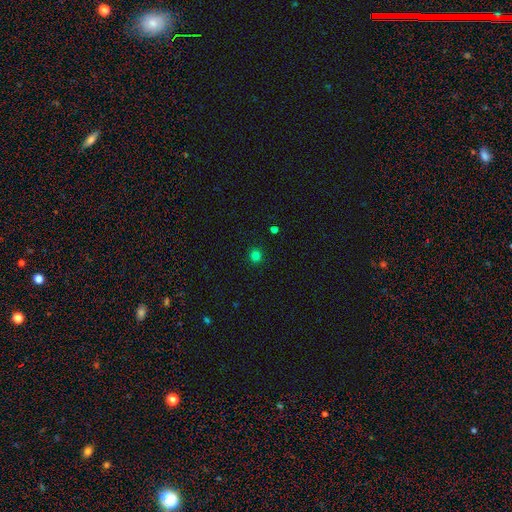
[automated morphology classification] Smooth or featured: smooth — 79% (star or artifact — 17%)
How rounded: round — 92% (in between — 7%)
Merging: none — 92% (minor disturbance — 5%)